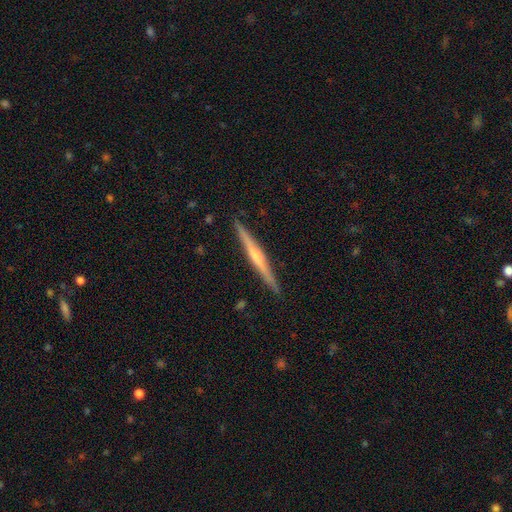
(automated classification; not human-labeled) This is likely a featured or disk galaxy (68%). It is clearly viewed edge-on (98%). Edge-on bulge: likely rounded (61%). Merging: clearly none (91%).